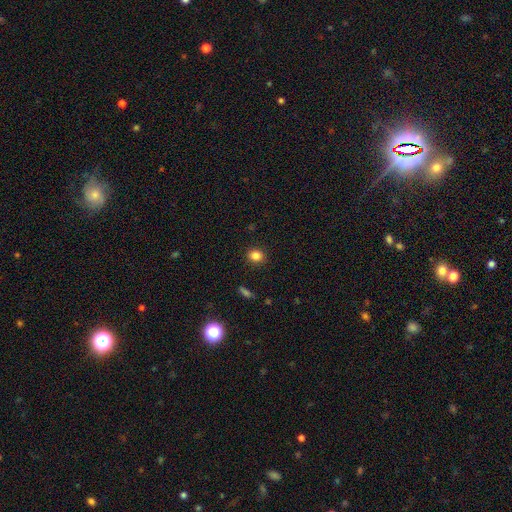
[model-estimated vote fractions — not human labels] Smooth or featured: smooth — 83% (star or artifact — 12%)
How rounded: round — 71% (in between — 28%)
Merging: none — 90% (minor disturbance — 7%)